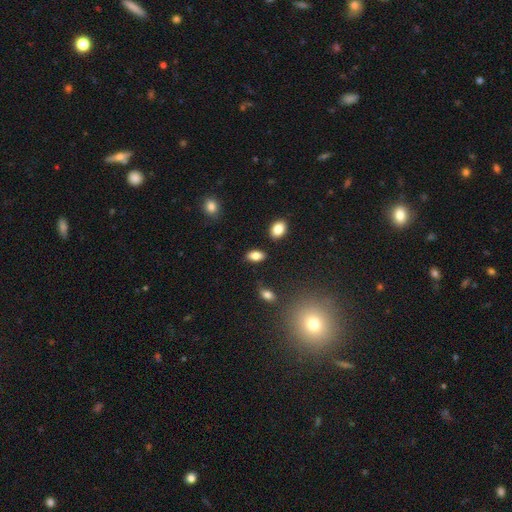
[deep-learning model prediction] smooth 82%, featured or disk 9%, star or artifact 9%. Down the decision tree: how rounded — in between (90%); merging — none (84%).